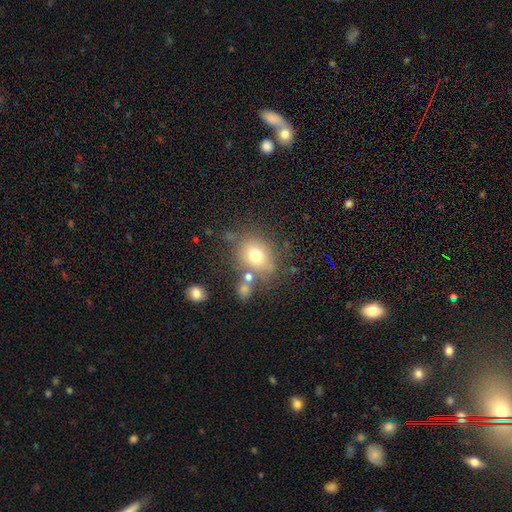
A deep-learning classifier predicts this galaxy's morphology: The model was most divided on "how rounded": round: 59%, in between: 40%, cigar-shaped: 1%. More confident: smooth or featured — smooth (72%); merging — none (64%).